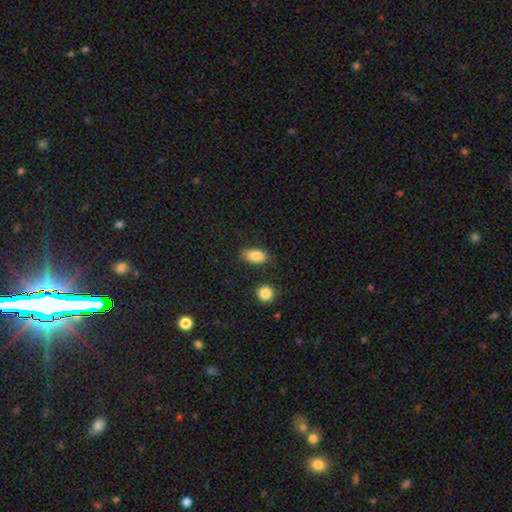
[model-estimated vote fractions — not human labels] smooth 86%, star or artifact 8%, featured or disk 7%. Down the decision tree: how rounded — in between (89%); merging — none (77%).